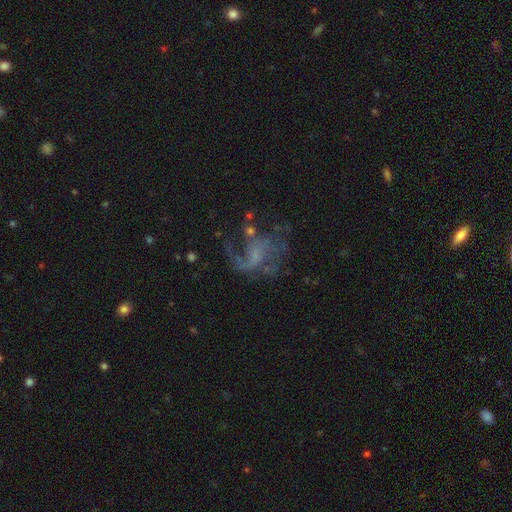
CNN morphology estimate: featured or disk 73%, smooth 14%, star or artifact 13%. Down the decision tree: edge-on disk — no (98%); bar — no (62%); spiral arms — yes (77%); spiral arm count — 1 (55%); spiral winding — loose (66%); bulge size — none (41%); merging — major disturbance (41%).